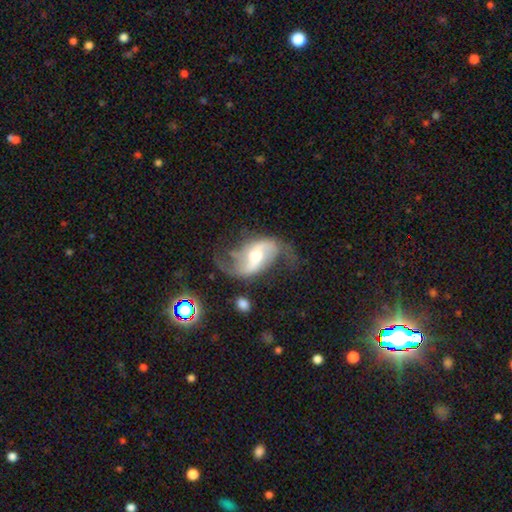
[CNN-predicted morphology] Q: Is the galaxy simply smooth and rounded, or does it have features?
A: featured or disk — 86%.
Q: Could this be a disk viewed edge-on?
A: no — 96%.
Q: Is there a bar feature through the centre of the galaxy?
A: strong — 40%.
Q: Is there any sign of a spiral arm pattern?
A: yes — 94%.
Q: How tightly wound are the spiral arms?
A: loose — 73%.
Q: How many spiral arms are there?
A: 2 — 92%.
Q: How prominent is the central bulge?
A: moderate — 66%.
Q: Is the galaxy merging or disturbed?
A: none — 61%.